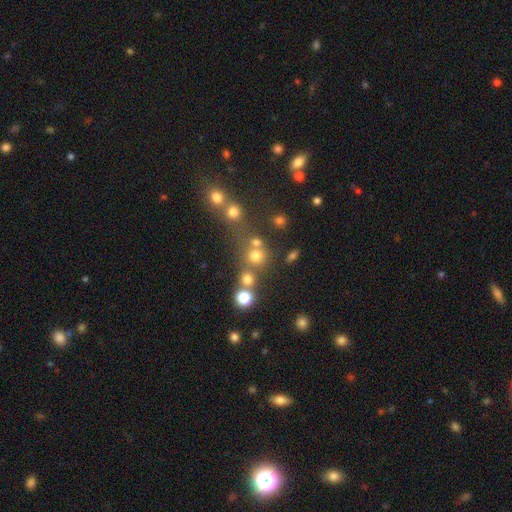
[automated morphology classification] smooth-or-featured: smooth: 72% | star or artifact: 18% | featured or disk: 10%
  how-rounded: round: 88% | in between: 11% | cigar-shaped: 1%
  merging: none: 59% | merger: 28% | minor disturbance: 8% | major disturbance: 5%